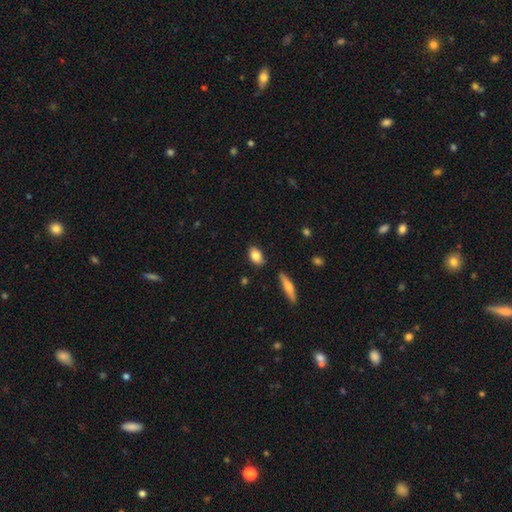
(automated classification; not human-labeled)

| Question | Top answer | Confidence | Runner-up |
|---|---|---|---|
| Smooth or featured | smooth | 82% | featured or disk (11%) |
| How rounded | in between | 84% | round (11%) |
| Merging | none | 83% | minor disturbance (12%) |